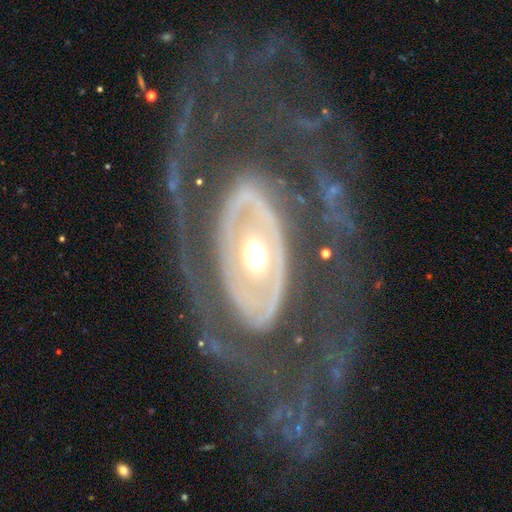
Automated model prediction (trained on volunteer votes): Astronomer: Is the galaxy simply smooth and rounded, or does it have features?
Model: featured or disk — 85%.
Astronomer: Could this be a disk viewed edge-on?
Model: no — 93%.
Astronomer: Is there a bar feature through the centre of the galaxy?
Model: no — 75%.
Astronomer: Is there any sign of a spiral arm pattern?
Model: yes — 72%.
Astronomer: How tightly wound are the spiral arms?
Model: tight — 44% (runner-up: medium, 32%).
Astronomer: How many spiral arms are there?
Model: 2 — 48%.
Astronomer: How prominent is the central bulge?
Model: moderate — 65%.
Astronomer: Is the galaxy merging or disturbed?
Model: none — 66%.